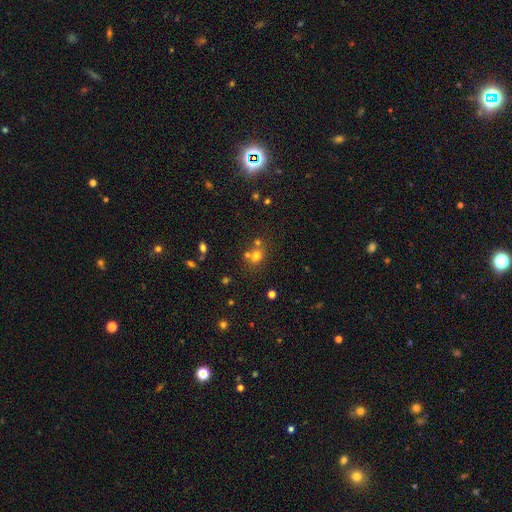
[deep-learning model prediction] Smooth or featured? Predicted: smooth (p=0.68). How rounded? Predicted: round (p=0.78). Merging? Predicted: none (p=0.56).